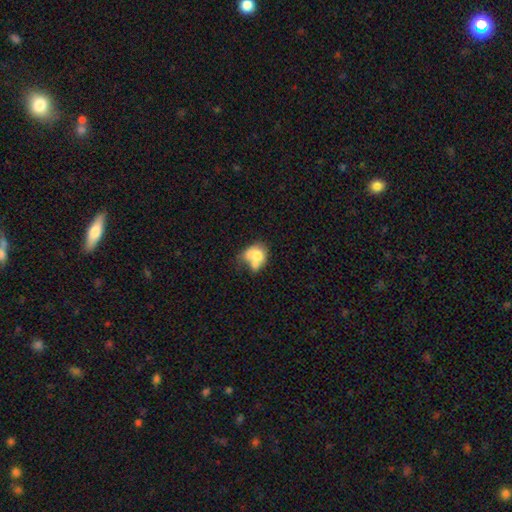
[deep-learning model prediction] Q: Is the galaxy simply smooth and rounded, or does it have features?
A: smooth — 63%.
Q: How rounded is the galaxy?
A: in between — 66%.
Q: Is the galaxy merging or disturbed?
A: merger — 52%.